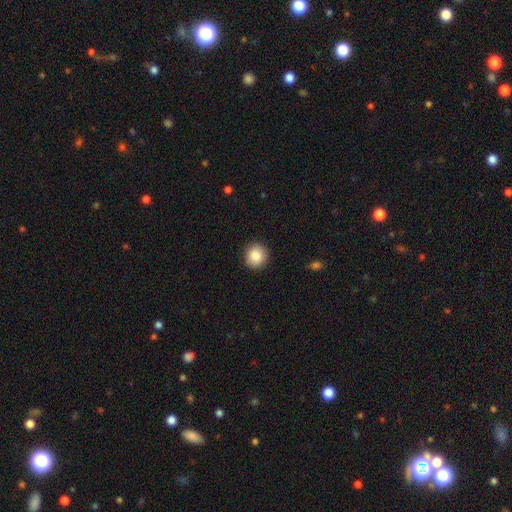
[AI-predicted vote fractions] Q: Smooth or featured?
A: smooth (87%); runner-up: star or artifact (8%)
Q: How rounded?
A: round (87%); runner-up: in between (12%)
Q: Merging?
A: none (90%); runner-up: minor disturbance (7%)